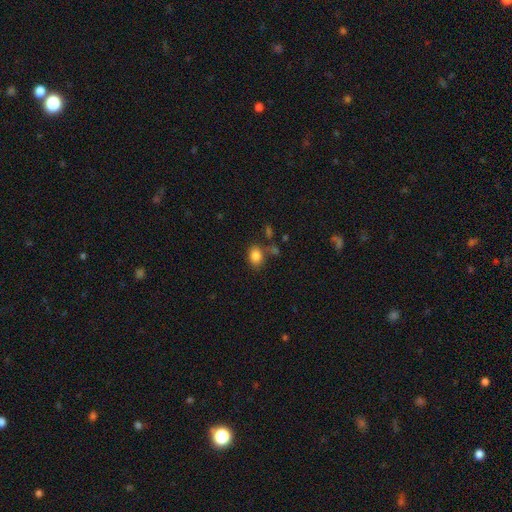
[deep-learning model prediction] smooth-or-featured: smooth: 84% | star or artifact: 10% | featured or disk: 6%
  how-rounded: in between: 66% | round: 33% | cigar-shaped: 1%
  merging: none: 69% | minor disturbance: 15% | merger: 11% | major disturbance: 5%